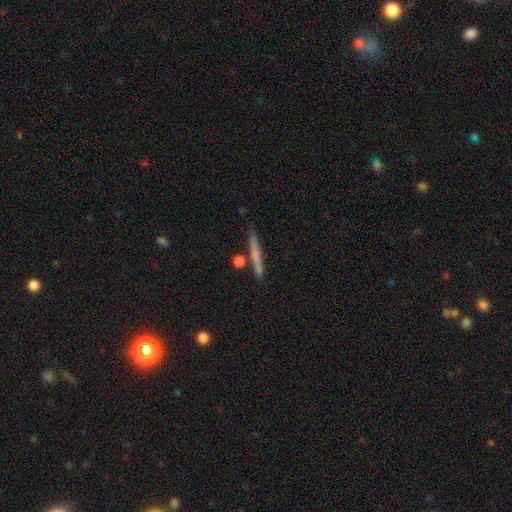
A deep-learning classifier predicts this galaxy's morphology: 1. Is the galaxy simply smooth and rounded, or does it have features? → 60% smooth, 32% featured or disk, 7% star or artifact.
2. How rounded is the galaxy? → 94% cigar-shaped, 3% in between, 3% round.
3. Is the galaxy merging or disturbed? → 80% none, 10% minor disturbance, 7% merger, 3% major disturbance.